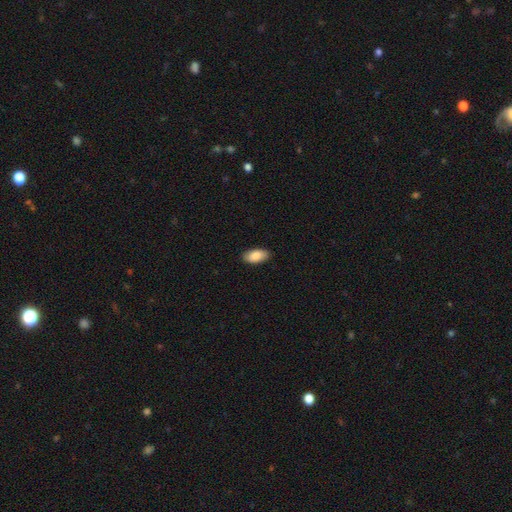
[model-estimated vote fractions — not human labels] Overall: smooth (87%). How rounded: in between (94%). Merging: none (89%).